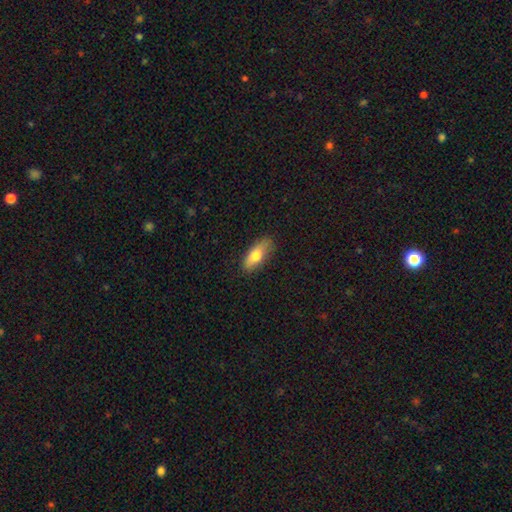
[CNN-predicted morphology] A smooth galaxy with no disk features (74%) that is in between round and cigar-shaped (76%). Merging: none (77%).